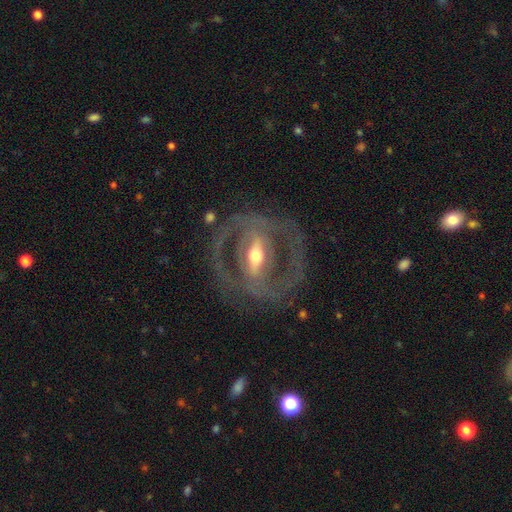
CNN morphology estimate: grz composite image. It shows a featured or disk galaxy (86%) with a strong bar (69%), 2 (69%) tight (46%) spiral arms (70%) and a moderate central bulge (63%). Merging: none (71%).